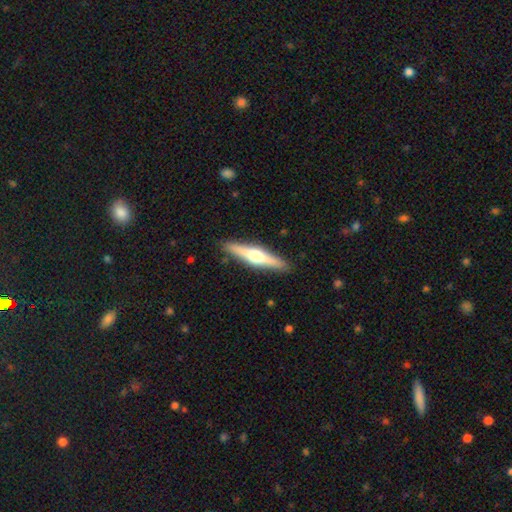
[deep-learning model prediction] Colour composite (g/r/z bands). It shows a featured or disk galaxy (60%) viewed edge-on (96%) with a rounded central bulge (93%). Merging: none (90%).